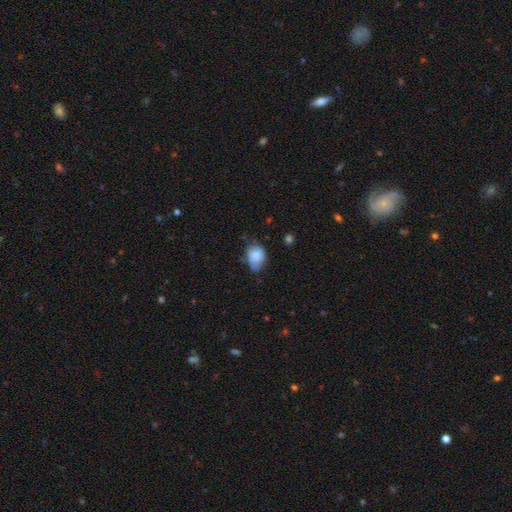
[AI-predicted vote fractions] smooth 80%, featured or disk 12%, star or artifact 8%. Down the decision tree: how rounded — in between (66%); merging — minor disturbance (43%).